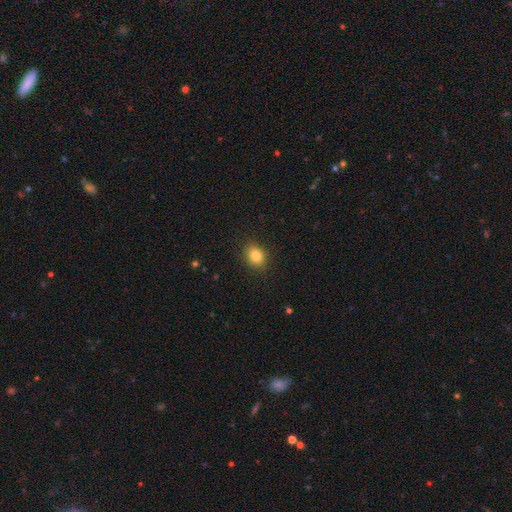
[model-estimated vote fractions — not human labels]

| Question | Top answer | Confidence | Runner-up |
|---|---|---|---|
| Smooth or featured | smooth | 83% | star or artifact (10%) |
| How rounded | in between | 56% | round (43%) |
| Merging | none | 89% | minor disturbance (8%) |